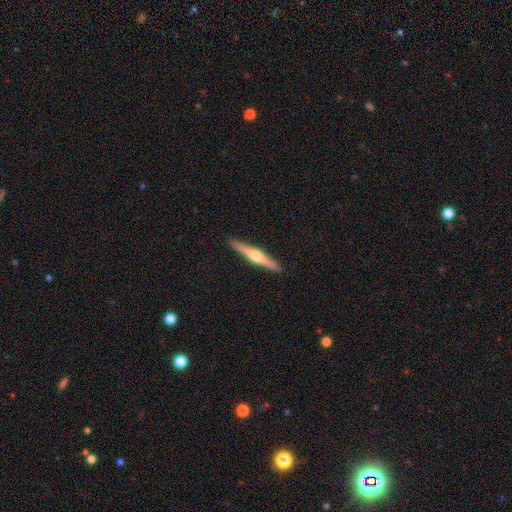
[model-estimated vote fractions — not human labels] This appears to be a featured or disk galaxy (69%) viewed edge-on (98%) with a rounded central bulge (92%). Merging: none (92%).